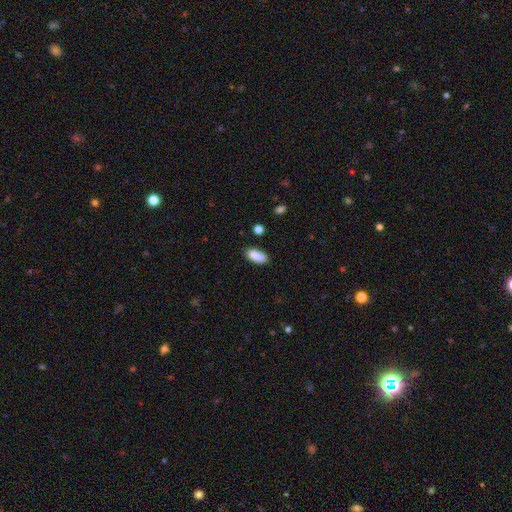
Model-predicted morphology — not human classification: This is clearly a smooth galaxy (85%). How rounded: clearly in between (88%). Merging: likely none (67%).